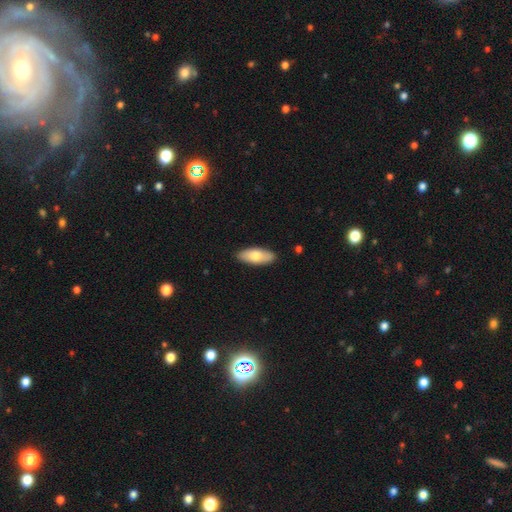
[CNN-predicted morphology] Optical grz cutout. It shows a smooth galaxy with no disk features (74%) that is in between round and cigar-shaped (81%). Merging: none (88%).